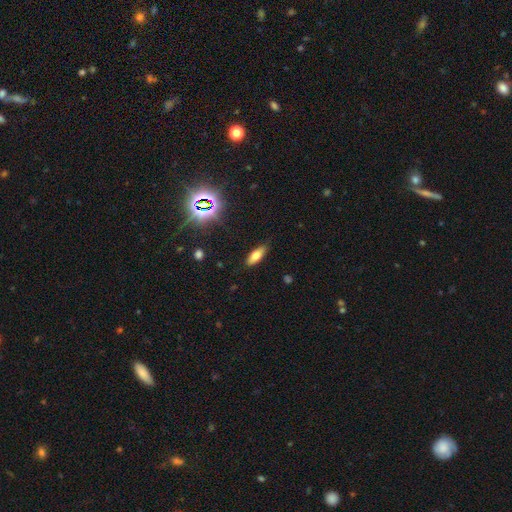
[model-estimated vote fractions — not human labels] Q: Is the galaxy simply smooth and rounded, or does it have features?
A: smooth — 68%.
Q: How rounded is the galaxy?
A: in between — 68%.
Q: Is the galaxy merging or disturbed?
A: none — 84%.